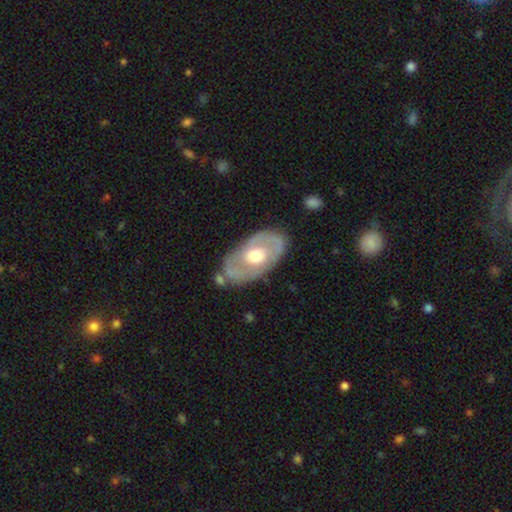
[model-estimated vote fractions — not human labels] A featured or disk galaxy (69%) with no bar (74%), spiral arms (50%, tied with no) and a moderate central bulge (73%).

Vote fractions:
- Smooth or featured? featured or disk: 69% / smooth: 26% / star or artifact: 4%
- Edge-on disk? no: 92% / yes: 8%
- Bar? no: 74% / weak: 21% / strong: 5%
- Spiral arms? yes: 50% (tied) / no: 50% (tied)
- Bulge size? moderate: 73% / large: 16% / small: 9% / dominant: 1% / none: 1%
- Merging? none: 75% / minor disturbance: 16% / major disturbance: 6% / merger: 3%